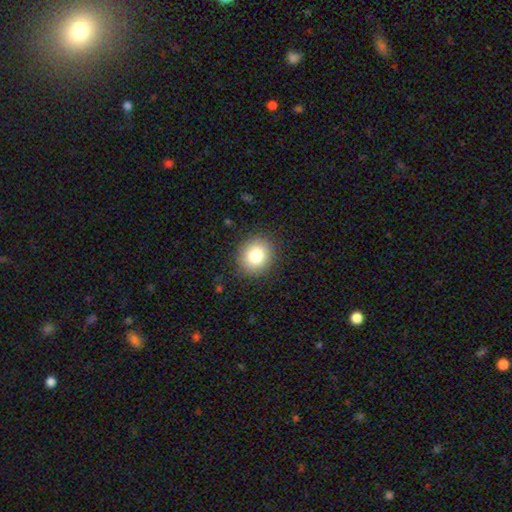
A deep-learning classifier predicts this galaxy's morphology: Smooth or featured: smooth — 82% (star or artifact — 10%)
How rounded: round — 74% (in between — 26%)
Merging: none — 88% (minor disturbance — 8%)